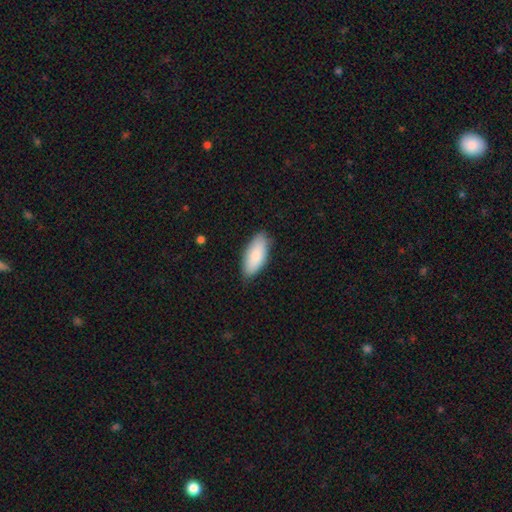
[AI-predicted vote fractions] A smooth galaxy with no disk features (84%) that is in between round and cigar-shaped (87%). Merging: none (83%).